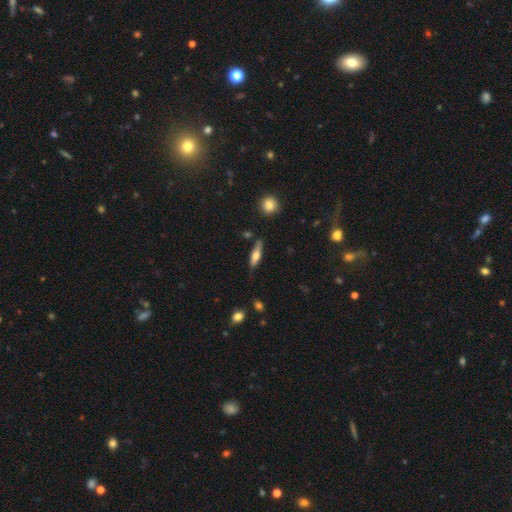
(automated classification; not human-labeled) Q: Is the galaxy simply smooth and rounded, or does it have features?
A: smooth — 57%.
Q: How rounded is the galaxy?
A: cigar-shaped — 59%.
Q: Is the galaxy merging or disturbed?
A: none — 77%.